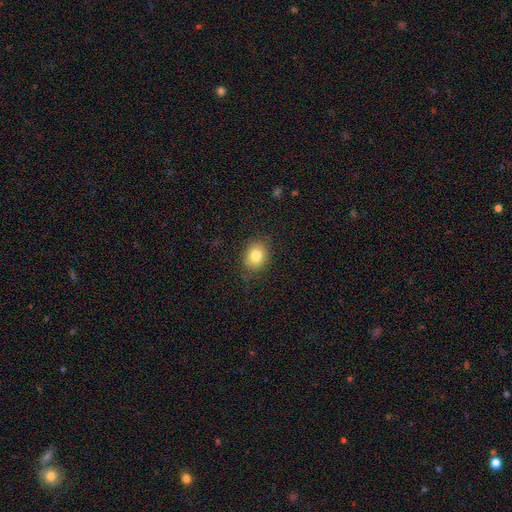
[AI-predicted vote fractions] A smooth galaxy with no disk features (81%) that is round (51%).

Vote fractions:
- Smooth or featured? smooth: 81% / star or artifact: 10% / featured or disk: 9%
- How rounded? round: 51% / in between: 48% / cigar-shaped: 1%
- Merging? none: 83% / minor disturbance: 13% / major disturbance: 3% / merger: 1%